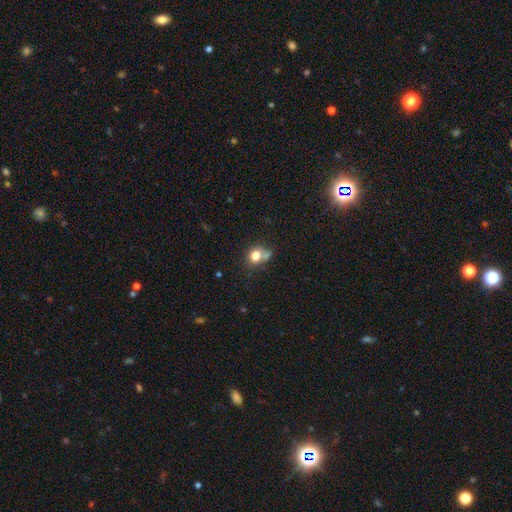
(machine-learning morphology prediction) This appears to be a smooth galaxy with no disk features (76%) that is round (68%). Merging: none (50%).